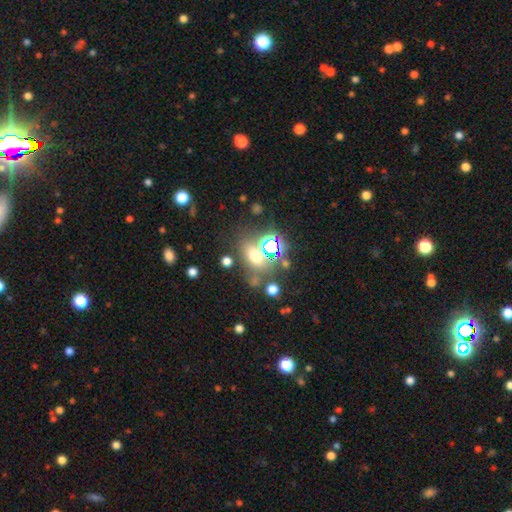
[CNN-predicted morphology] Smooth or featured? smooth (52%)
How rounded? in between (58%)
Merging? none (65%)